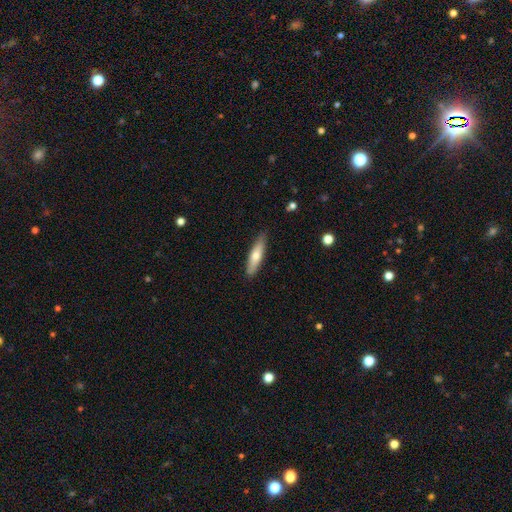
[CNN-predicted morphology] Smooth or featured? Predicted: smooth (p=0.63). How rounded? Predicted: cigar-shaped (p=0.75). Merging? Predicted: none (p=0.87).